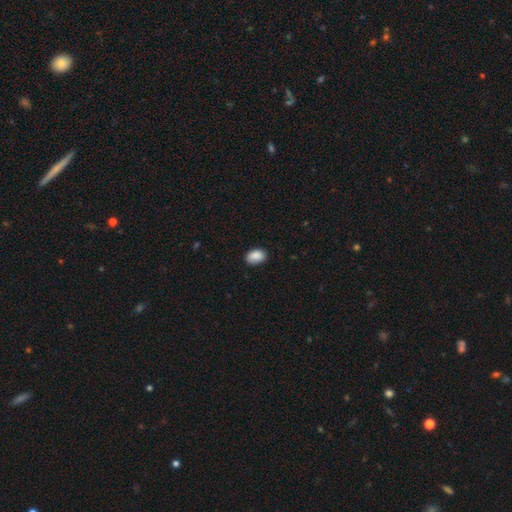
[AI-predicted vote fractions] This appears to be a smooth galaxy with no disk features (89%) that is in between round and cigar-shaped (82%). Merging: none (83%).